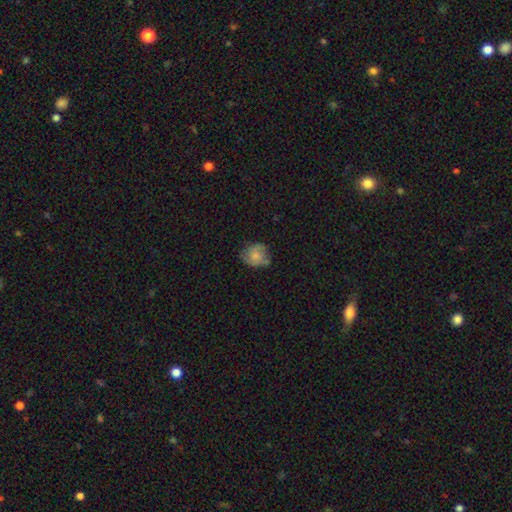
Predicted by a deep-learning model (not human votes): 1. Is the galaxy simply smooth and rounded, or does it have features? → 67% smooth, 25% featured or disk, 9% star or artifact.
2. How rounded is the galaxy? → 69% round, 30% in between, 1% cigar-shaped.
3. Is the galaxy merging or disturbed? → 60% none, 28% minor disturbance, 10% major disturbance, 2% merger.